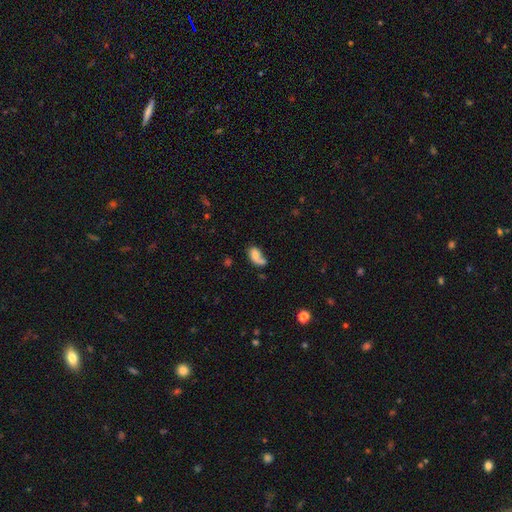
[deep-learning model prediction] A smooth galaxy with no disk features (66%) that is in between round and cigar-shaped (83%).

Vote fractions:
- Smooth or featured? smooth: 66% / featured or disk: 24% / star or artifact: 10%
- How rounded? in between: 83% / round: 14% / cigar-shaped: 3%
- Merging? merger: 35% / none: 29% / minor disturbance: 18% / major disturbance: 18%